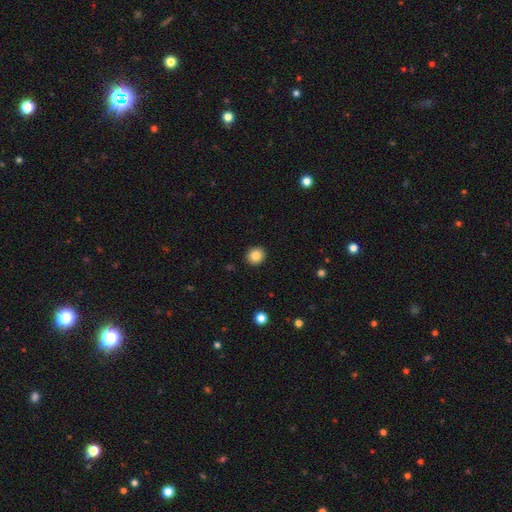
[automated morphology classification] This appears to be a smooth galaxy with no disk features (84%) that is round (89%). Merging: none (93%).